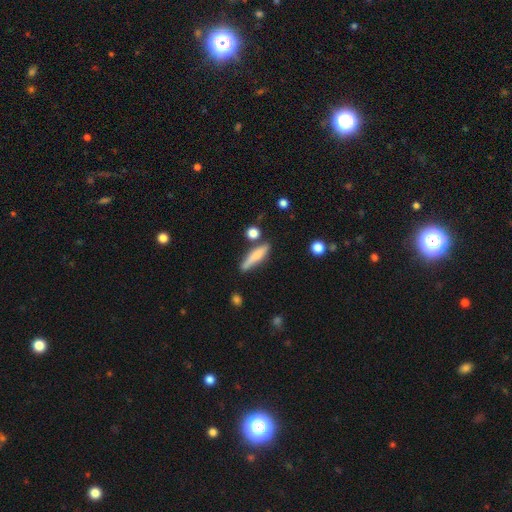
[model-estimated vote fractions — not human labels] This is likely a smooth galaxy (71%). How rounded: likely cigar-shaped (79%). Merging: likely none (70%).